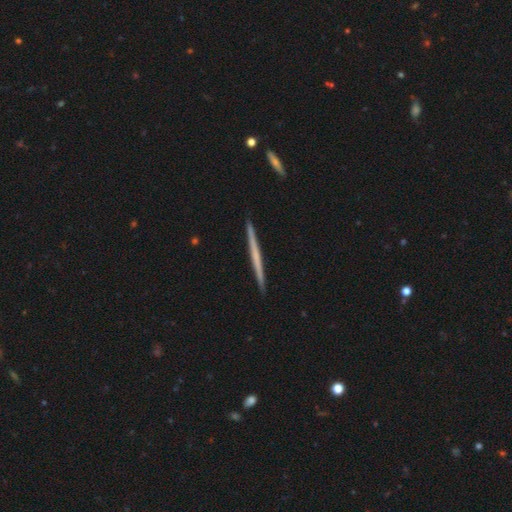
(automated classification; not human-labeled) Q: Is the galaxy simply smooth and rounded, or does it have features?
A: featured or disk — 55%.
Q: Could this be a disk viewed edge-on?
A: yes — 98%.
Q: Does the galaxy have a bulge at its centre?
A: none — 88%.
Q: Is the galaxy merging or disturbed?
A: none — 92%.